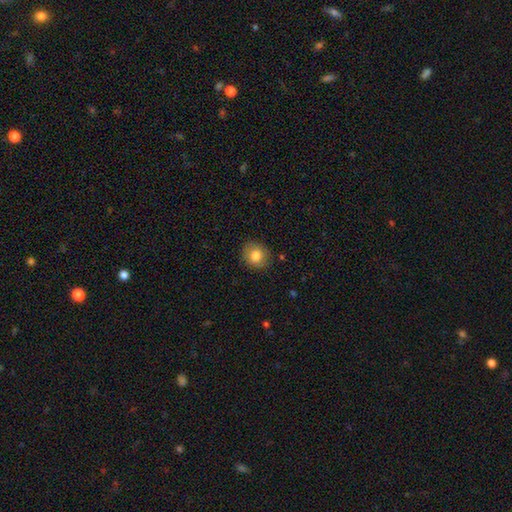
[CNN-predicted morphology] A smooth galaxy with no disk features (81%) that is round (76%). Merging: none (85%).